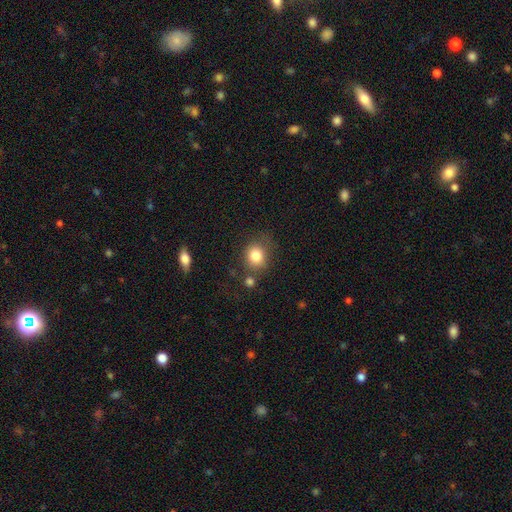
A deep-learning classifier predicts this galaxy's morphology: This is clearly a smooth galaxy (82%). How rounded: likely round (71%). Merging: likely none (69%).